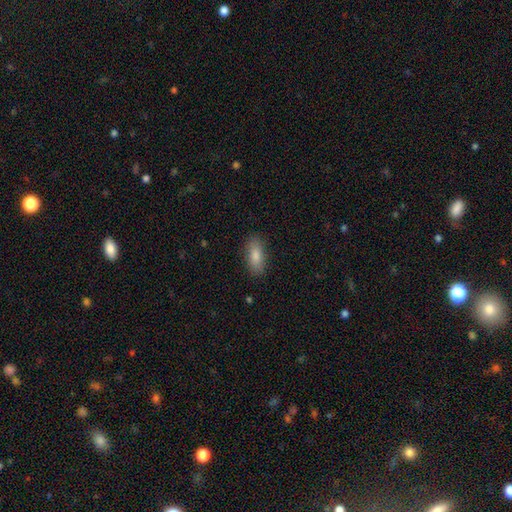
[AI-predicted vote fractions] This is clearly a smooth galaxy (84%). How rounded: clearly in between (82%). Merging: clearly none (87%).